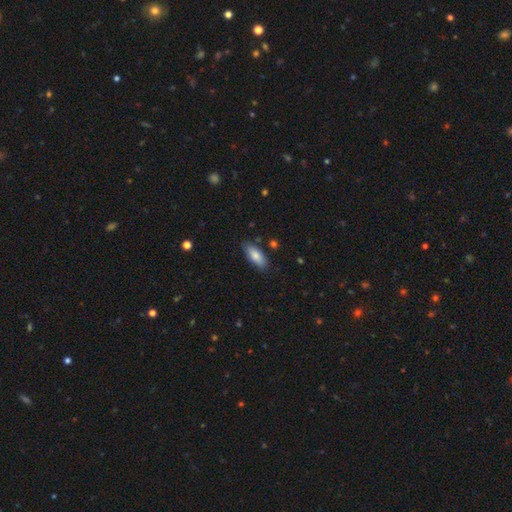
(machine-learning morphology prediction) Smooth or featured? Predicted: smooth (p=0.82). How rounded? Predicted: in between (p=0.76). Merging? Predicted: none (p=0.82).